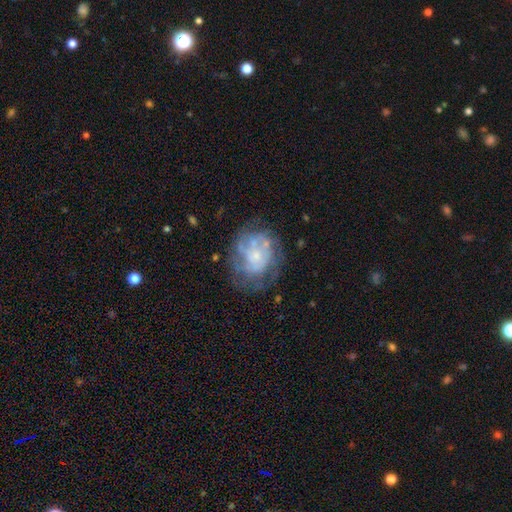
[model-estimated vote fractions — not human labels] Smooth or featured? featured or disk (67%)
Edge-on disk? no (97%)
Bar? no (82%)
Spiral arms? yes (66%)
Bulge size? small (59%)
Merging? none (63%)